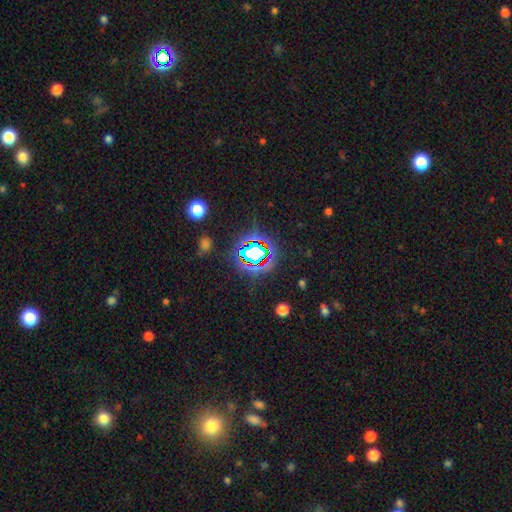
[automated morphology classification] Overall: star or artifact (68%).